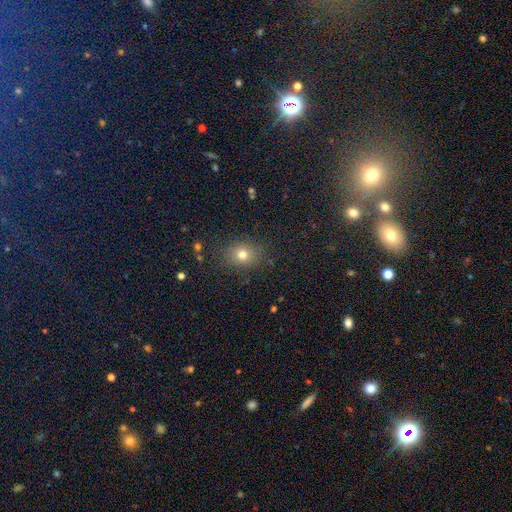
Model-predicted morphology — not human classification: Smooth or featured? Predicted: smooth (p=0.66). How rounded? Predicted: round (p=0.55). Merging? Predicted: none (p=0.87).